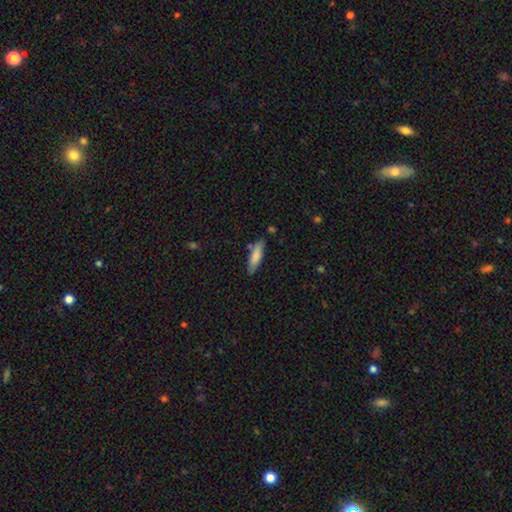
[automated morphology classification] Smooth or featured? Predicted: smooth (p=0.81). How rounded? Predicted: cigar-shaped (p=0.62). Merging? Predicted: none (p=0.79).